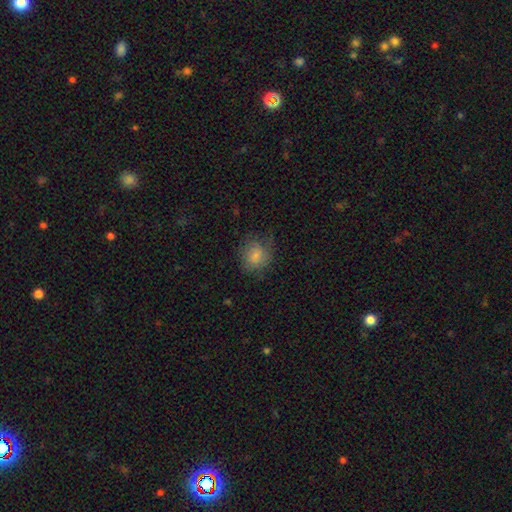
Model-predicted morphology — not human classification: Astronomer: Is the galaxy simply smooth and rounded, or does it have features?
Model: smooth — 76%.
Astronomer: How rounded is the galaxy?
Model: round — 72%.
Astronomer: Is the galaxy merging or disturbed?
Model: none — 66%.